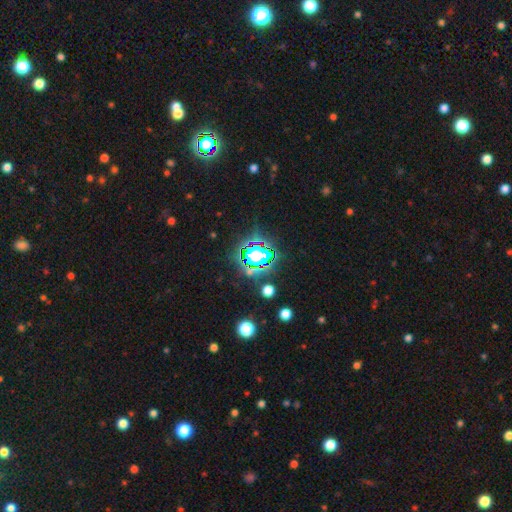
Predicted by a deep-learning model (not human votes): This appears to be a star or artifact, not a galaxy (59%).